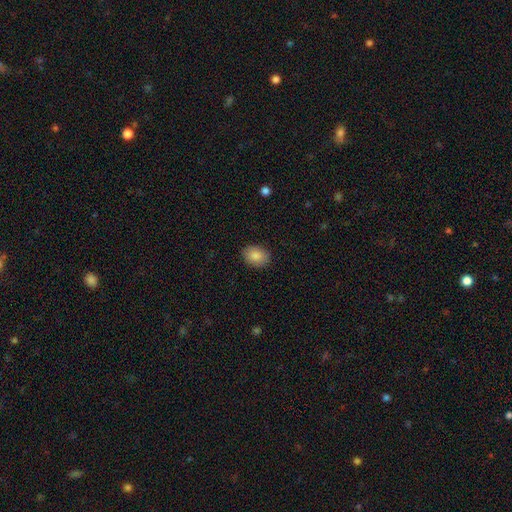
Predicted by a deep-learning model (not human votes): The model was most divided on "how rounded": in between: 71%, round: 28%, cigar-shaped: 1%. More confident: merging — none (88%); smooth or featured — smooth (87%).